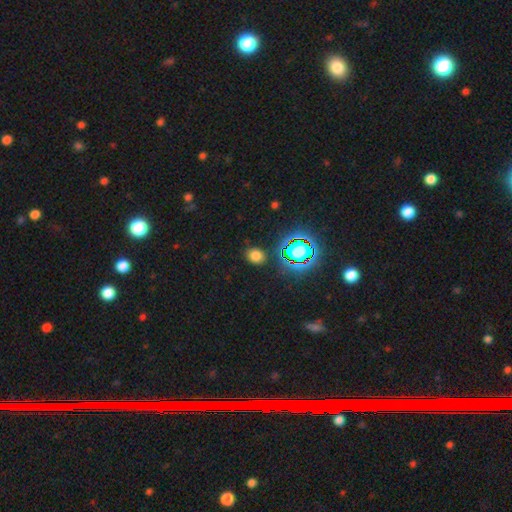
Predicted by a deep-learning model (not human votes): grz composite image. It shows a smooth galaxy with no disk features (69%) that is round (58%). Merging: none (84%).